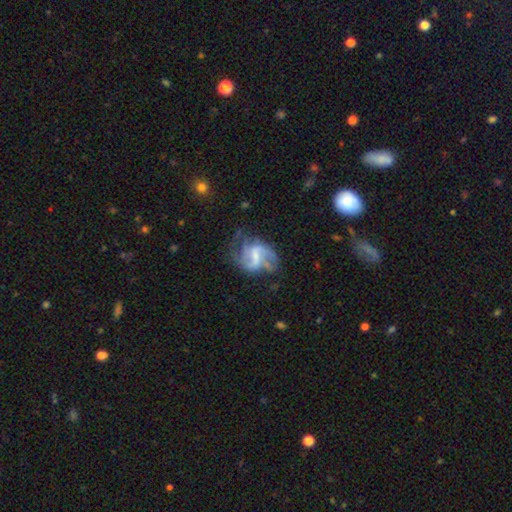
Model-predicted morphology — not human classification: Smooth or featured? featured or disk (79%)
Edge-on disk? no (98%)
Bar? weak (52%)
Spiral arms? yes (88%)
Spiral winding? medium (43%)
Spiral arm count? 2 (57%)
Bulge size? small (41%)
Merging? none (46%)